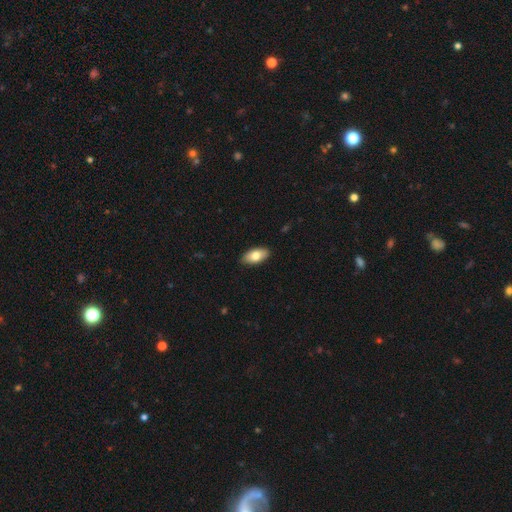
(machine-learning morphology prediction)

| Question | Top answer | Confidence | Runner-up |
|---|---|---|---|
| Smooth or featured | smooth | 79% | featured or disk (15%) |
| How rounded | in between | 92% | cigar-shaped (5%) |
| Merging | none | 89% | minor disturbance (9%) |